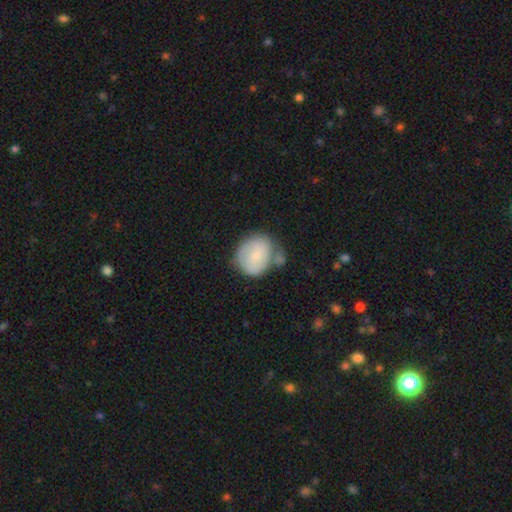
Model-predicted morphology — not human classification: Q: Smooth or featured?
A: smooth (65%); runner-up: featured or disk (28%)
Q: How rounded?
A: round (69%); runner-up: in between (30%)
Q: Merging?
A: none (48%); runner-up: minor disturbance (25%)